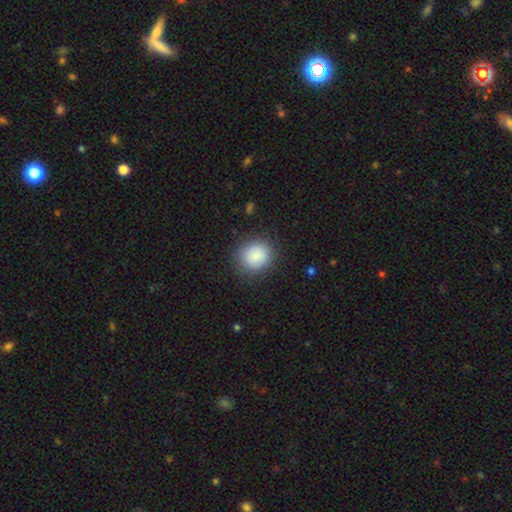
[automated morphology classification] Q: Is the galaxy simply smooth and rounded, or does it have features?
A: smooth — 88%.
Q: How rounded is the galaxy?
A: round — 81%.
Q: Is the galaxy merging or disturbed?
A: none — 86%.